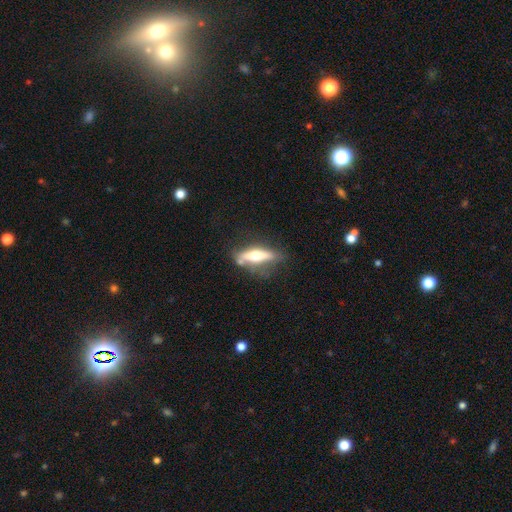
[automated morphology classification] A featured or disk galaxy (52%) viewed edge-on (84%).

Vote fractions:
- Smooth or featured? featured or disk: 52% / smooth: 42% / star or artifact: 6%
- Edge-on disk? yes: 84% / no: 16%
- Merging? none: 60% / minor disturbance: 22% / major disturbance: 9% / merger: 9%